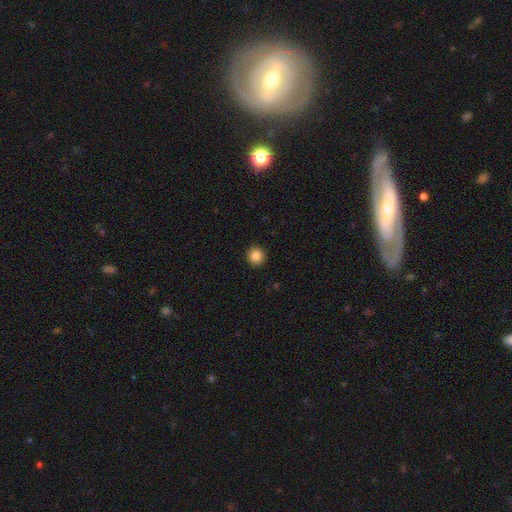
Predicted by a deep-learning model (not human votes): Smooth or featured? smooth (87%)
How rounded? round (93%)
Merging? none (93%)